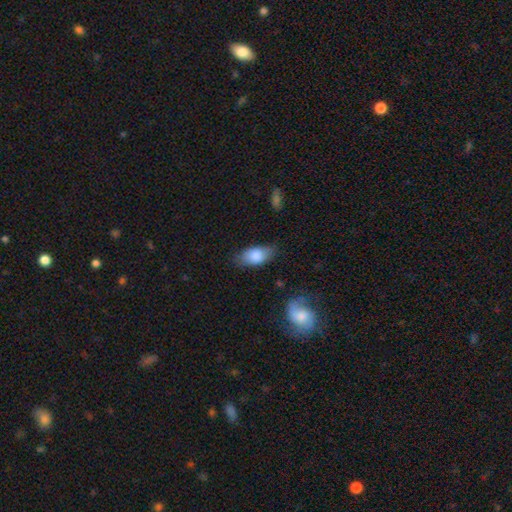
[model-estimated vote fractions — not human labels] A smooth galaxy with no disk features (83%) that is in between round and cigar-shaped (91%).

Vote fractions:
- Smooth or featured? smooth: 83% / featured or disk: 11% / star or artifact: 6%
- How rounded? in between: 91% / cigar-shaped: 4% / round: 4%
- Merging? none: 74% / minor disturbance: 20% / major disturbance: 5% / merger: 2%